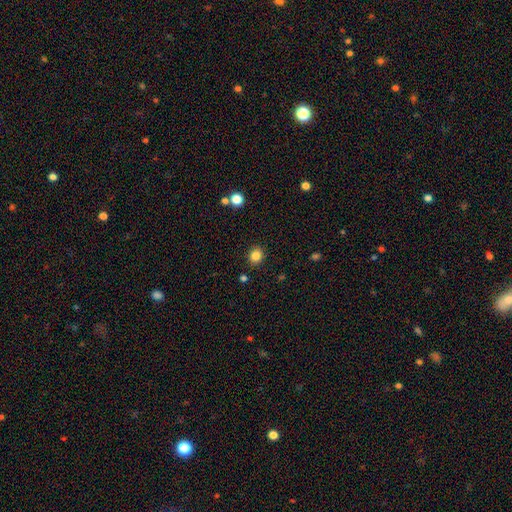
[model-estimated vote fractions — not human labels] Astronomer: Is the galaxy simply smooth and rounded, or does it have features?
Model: smooth — 84%.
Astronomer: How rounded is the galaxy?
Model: round — 79%.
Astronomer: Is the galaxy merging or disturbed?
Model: none — 89%.